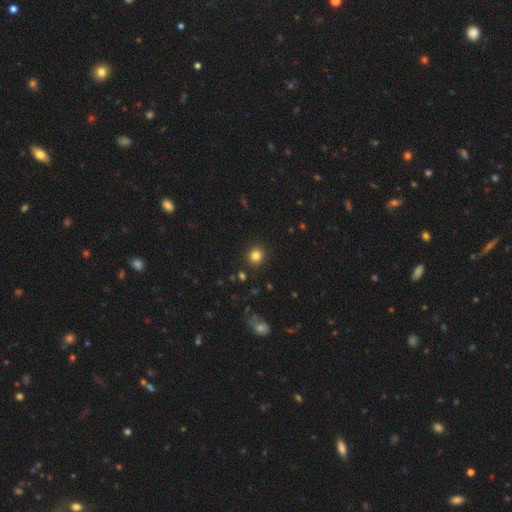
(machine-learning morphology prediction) The model was most divided on "smooth or featured": smooth: 82%, star or artifact: 12%, featured or disk: 6%. More confident: how rounded — round (91%); merging — none (91%).